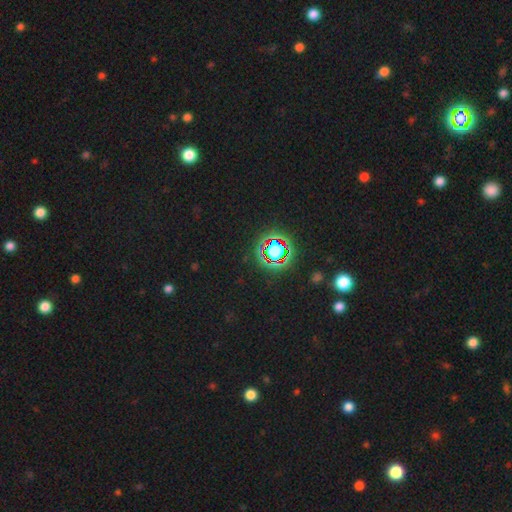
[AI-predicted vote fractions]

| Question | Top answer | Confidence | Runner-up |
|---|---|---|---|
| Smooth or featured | star or artifact | 81% | smooth (12%) |